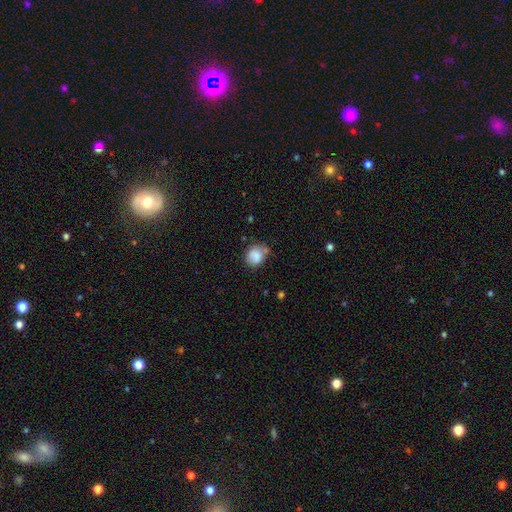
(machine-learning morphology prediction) This appears to be a smooth galaxy with no disk features (83%) that is round (70%). Merging: none (57%).